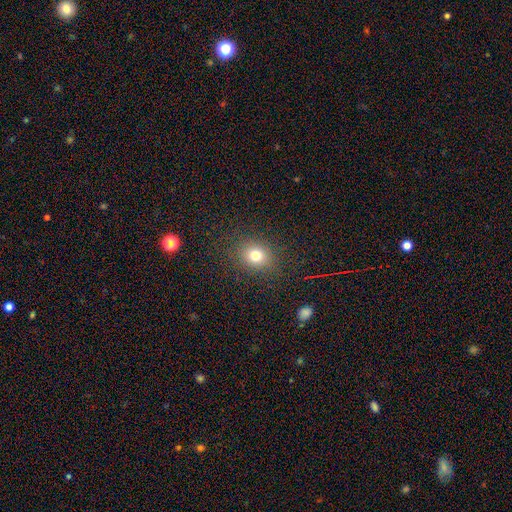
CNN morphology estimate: The model was most divided on "how rounded": round: 67%, in between: 32%, cigar-shaped: 1%. More confident: merging — none (86%); smooth or featured — smooth (76%).